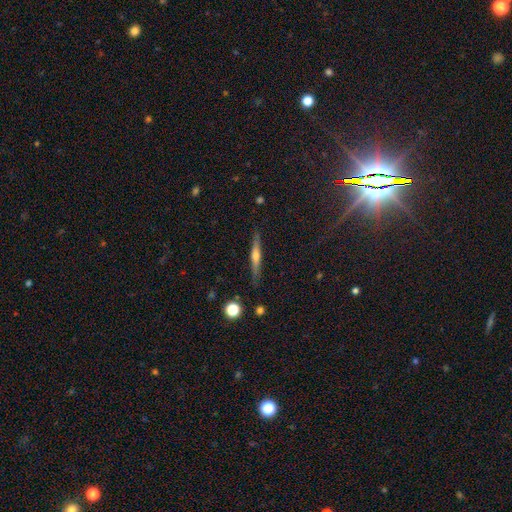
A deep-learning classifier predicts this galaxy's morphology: This appears to be a featured or disk galaxy (61%) viewed edge-on (97%) with a rounded central bulge (81%). Merging: none (88%).